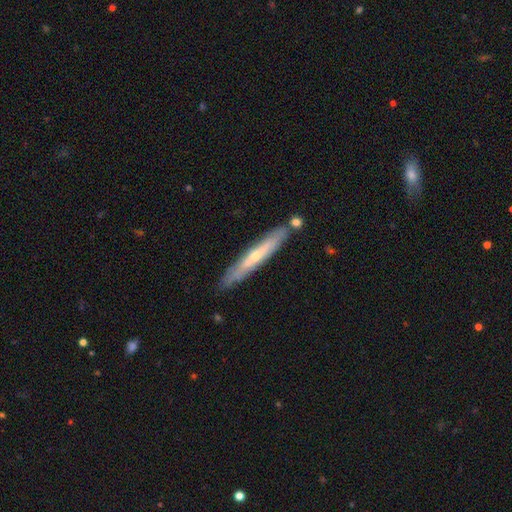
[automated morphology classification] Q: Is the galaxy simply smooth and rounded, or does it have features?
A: featured or disk — 58%.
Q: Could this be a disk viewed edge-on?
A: yes — 82%.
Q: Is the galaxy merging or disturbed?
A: none — 81%.